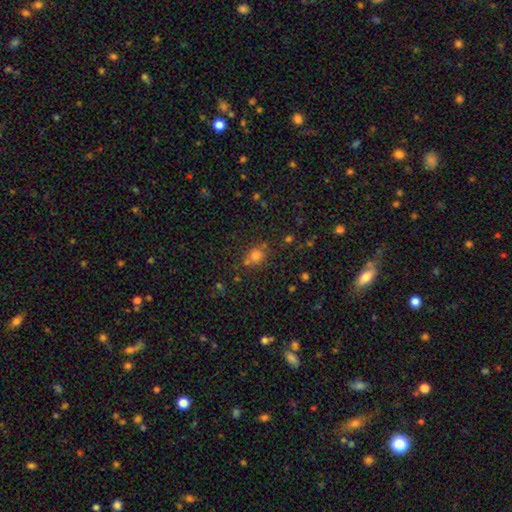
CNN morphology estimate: A smooth galaxy with no disk features (71%) that is round (77%). Merging: none (68%).